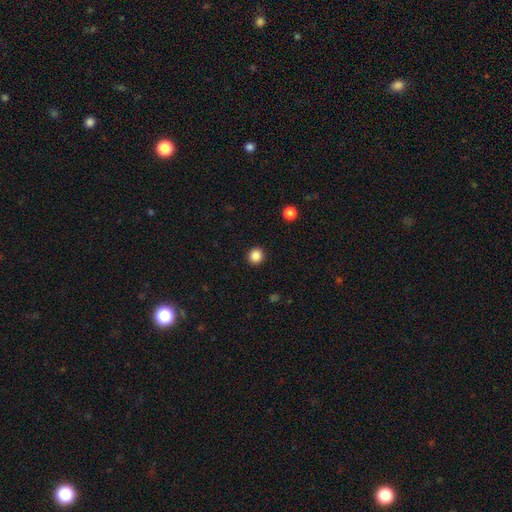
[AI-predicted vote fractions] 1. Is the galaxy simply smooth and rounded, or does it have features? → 86% smooth, 11% star or artifact, 3% featured or disk.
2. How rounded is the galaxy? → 91% round, 8% in between, 1% cigar-shaped.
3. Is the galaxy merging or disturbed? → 92% none, 5% minor disturbance, 2% major disturbance, 1% merger.